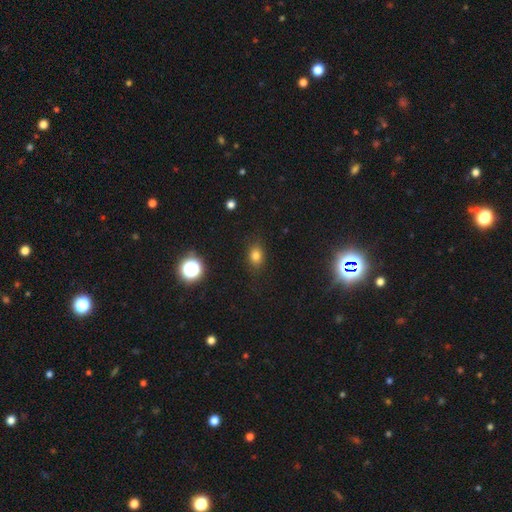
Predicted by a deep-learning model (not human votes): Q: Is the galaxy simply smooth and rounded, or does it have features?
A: smooth — 77%.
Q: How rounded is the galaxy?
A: in between — 62%.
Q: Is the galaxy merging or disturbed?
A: none — 84%.